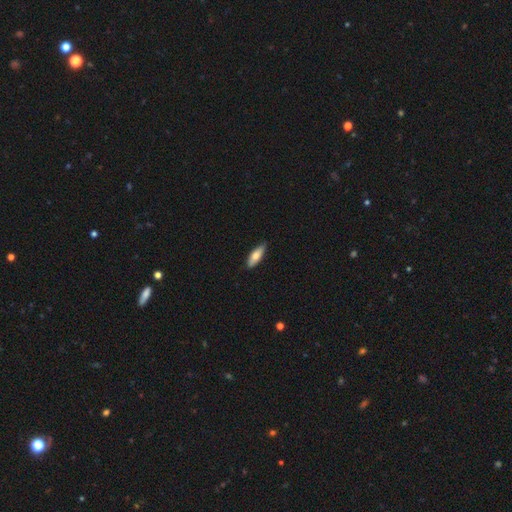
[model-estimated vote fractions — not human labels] Overall: smooth (71%). How rounded: in between (58%; cigar-shaped 40%). Merging: none (85%).